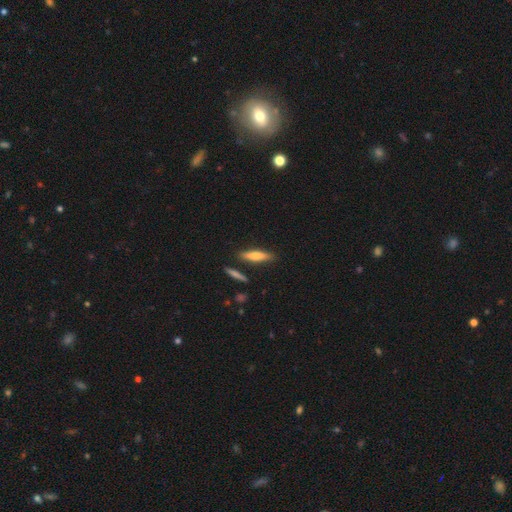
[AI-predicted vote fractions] smooth-or-featured: smooth: 64% | featured or disk: 30% | star or artifact: 6%
  how-rounded: cigar-shaped: 76% | in between: 22% | round: 2%
  merging: none: 84% | minor disturbance: 9% | merger: 4% | major disturbance: 2%